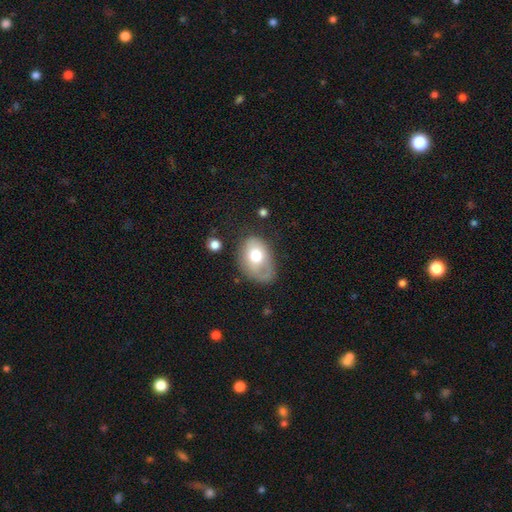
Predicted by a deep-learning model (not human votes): Overall: smooth (65%; featured or disk 28%). How rounded: in between (80%). Merging: none (47%; minor disturbance 31%).